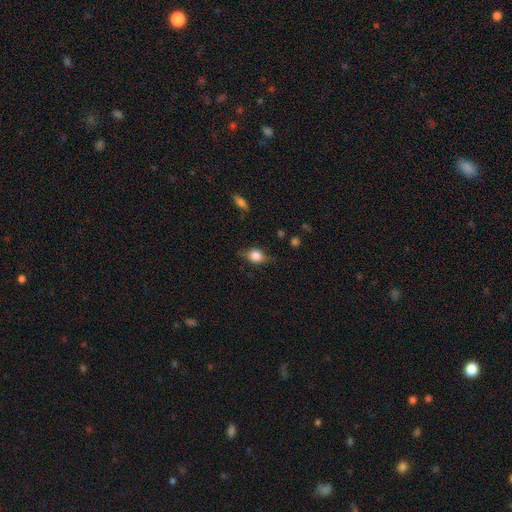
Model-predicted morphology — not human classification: Smooth or featured? Predicted: smooth (p=0.70). How rounded? Predicted: round (p=0.50). Merging? Predicted: none (p=0.68).